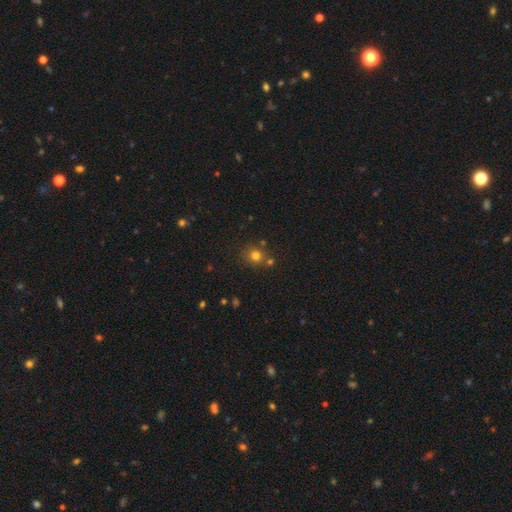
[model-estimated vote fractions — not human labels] Morphology: type=smooth (76%); roundness=round (85%); merging=none (73%).